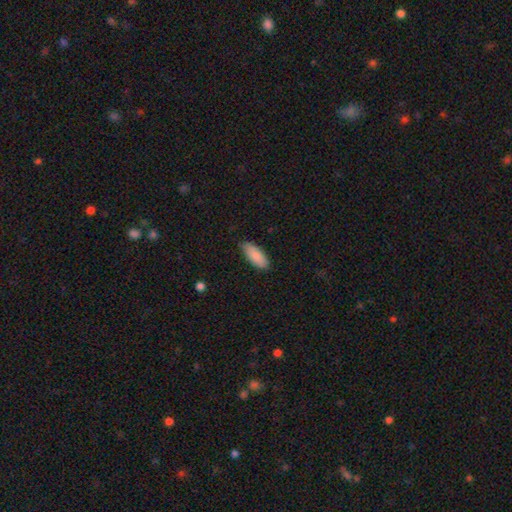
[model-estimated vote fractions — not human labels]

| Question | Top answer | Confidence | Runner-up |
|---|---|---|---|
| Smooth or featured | smooth | 89% | star or artifact (6%) |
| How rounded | in between | 80% | cigar-shaped (18%) |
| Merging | none | 84% | minor disturbance (13%) |